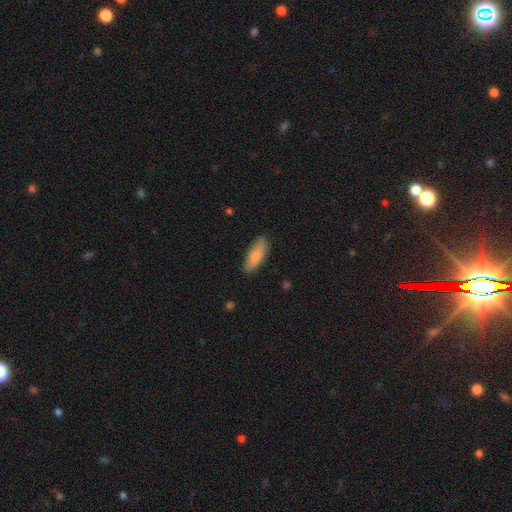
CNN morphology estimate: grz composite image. It shows a smooth galaxy with no disk features (80%) that is in between round and cigar-shaped (67%). Merging: none (83%).